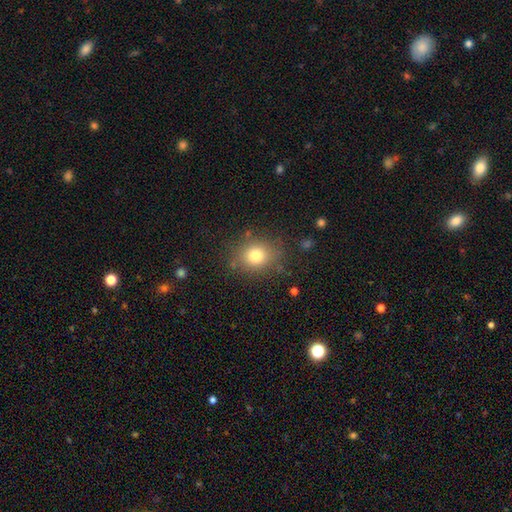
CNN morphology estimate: A smooth galaxy with no disk features (78%) that is round (70%).

Vote fractions:
- Smooth or featured? smooth: 78% / star or artifact: 13% / featured or disk: 10%
- How rounded? round: 70% / in between: 29% / cigar-shaped: 1%
- Merging? none: 81% / minor disturbance: 12% / major disturbance: 5% / merger: 2%